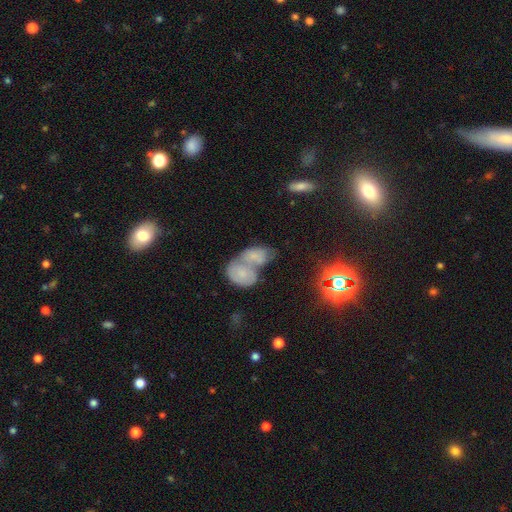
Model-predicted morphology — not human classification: A smooth galaxy with no disk features (62%) that is in between round and cigar-shaped (82%).

Vote fractions:
- Smooth or featured? smooth: 62% / featured or disk: 27% / star or artifact: 11%
- How rounded? in between: 82% / round: 15% / cigar-shaped: 2%
- Merging? merger: 75% / none: 12% / minor disturbance: 7% / major disturbance: 6%